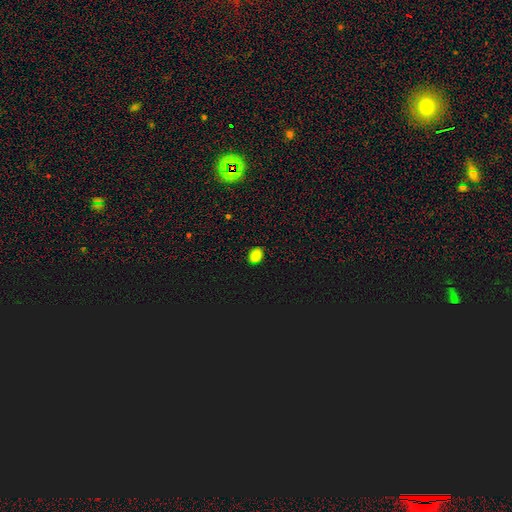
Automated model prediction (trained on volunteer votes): smooth 82%, star or artifact 15%, featured or disk 3%. Down the decision tree: how rounded — in between (60%); merging — none (86%).